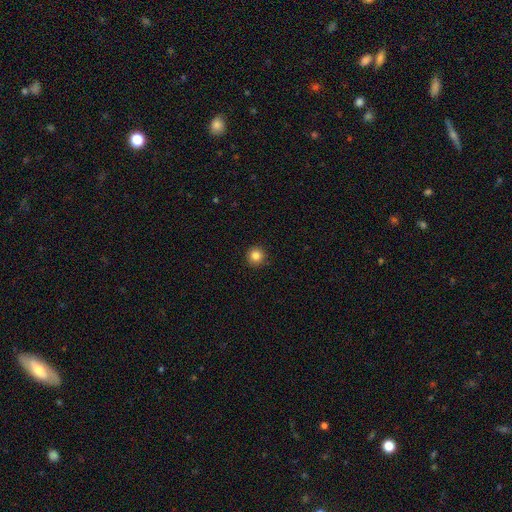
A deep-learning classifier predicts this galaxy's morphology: Smooth or featured? smooth (84%)
How rounded? round (96%)
Merging? none (92%)